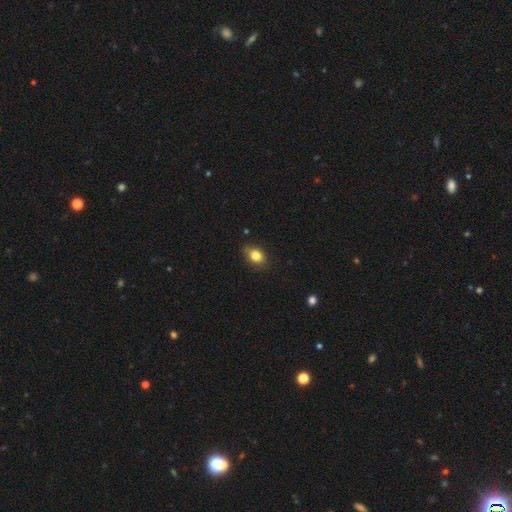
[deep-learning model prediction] This appears to be a smooth galaxy with no disk features (82%) that is in between round and cigar-shaped (60%). Merging: none (76%).